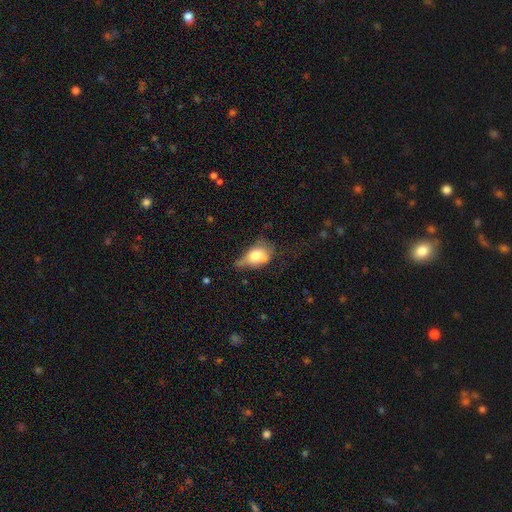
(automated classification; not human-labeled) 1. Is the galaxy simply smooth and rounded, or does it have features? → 65% smooth, 26% featured or disk, 9% star or artifact.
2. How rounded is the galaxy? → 76% in between, 21% round, 3% cigar-shaped.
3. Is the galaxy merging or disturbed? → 36% minor disturbance, 28% none, 27% major disturbance, 9% merger.